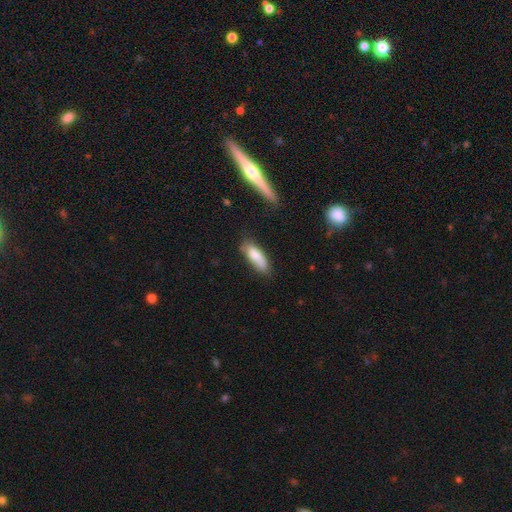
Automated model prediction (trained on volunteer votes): Smooth or featured? smooth (78%)
How rounded? in between (67%)
Merging? none (62%)